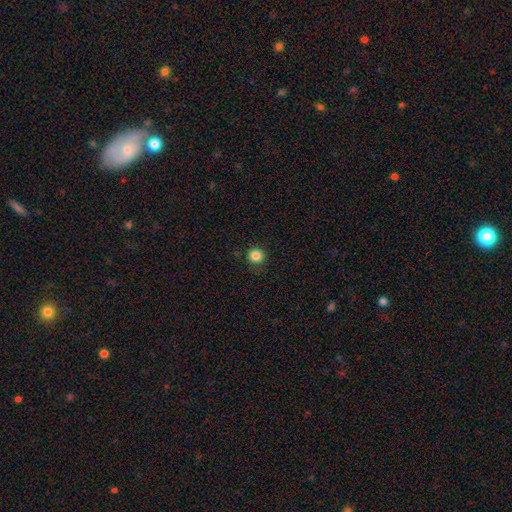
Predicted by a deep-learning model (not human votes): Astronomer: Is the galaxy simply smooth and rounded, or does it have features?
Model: smooth — 85%.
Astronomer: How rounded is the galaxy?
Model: round — 95%.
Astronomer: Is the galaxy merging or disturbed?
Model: none — 89%.